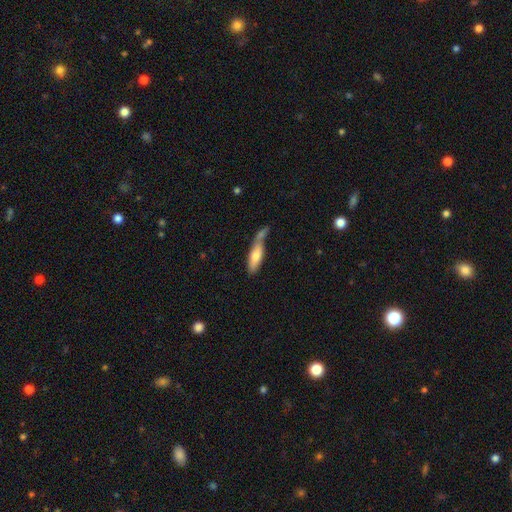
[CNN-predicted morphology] Smooth or featured?
  - smooth: 69% *
  - featured or disk: 25%
  - star or artifact: 6%
How rounded?
  - cigar-shaped: 51% *
  - in between: 46%
  - round: 2%
Merging?
  - merger: 36% *
  - none: 35%
  - minor disturbance: 19%
  - major disturbance: 10%